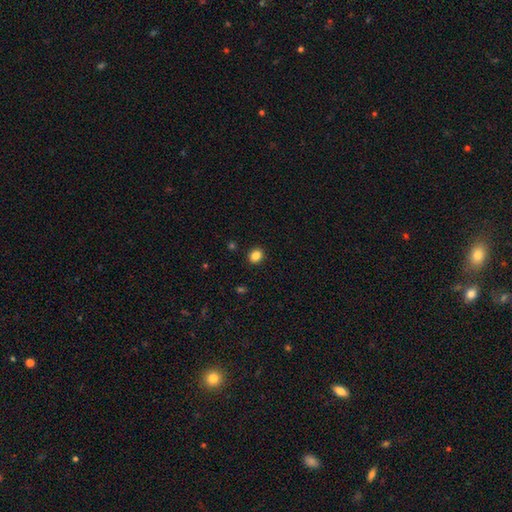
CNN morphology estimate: smooth_or_featured: smooth (p=0.84) [alt: star or artifact p=0.11]
how_rounded: round (p=0.61) [alt: in between p=0.39]
merging: none (p=0.91) [alt: minor disturbance p=0.06]